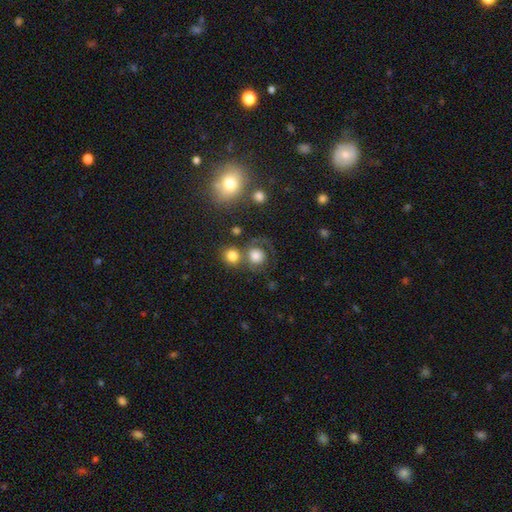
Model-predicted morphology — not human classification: A smooth galaxy with no disk features (73%) that is round (84%). Merging: none (46%).